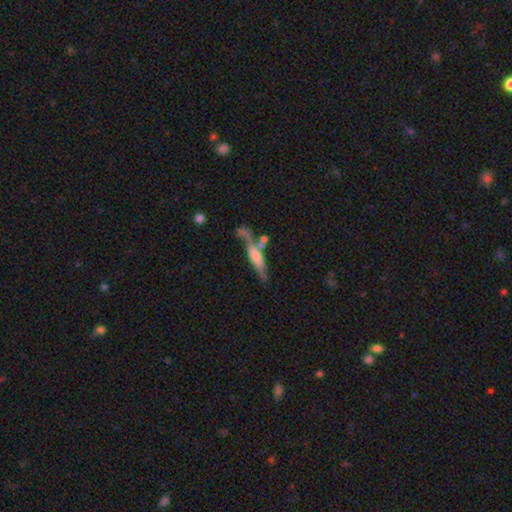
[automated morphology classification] This appears to be a featured or disk galaxy (51%) viewed edge-on (83%). Merging: none (50%).